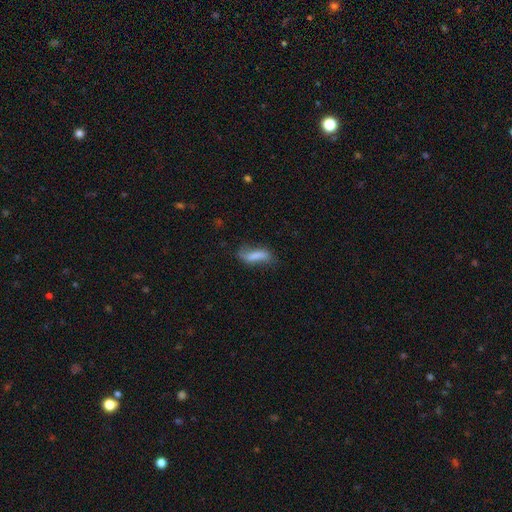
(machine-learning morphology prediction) The model was most divided on "how rounded": in between: 53%, cigar-shaped: 43%, round: 3%. More confident: smooth or featured — smooth (63%); merging — none (52%).